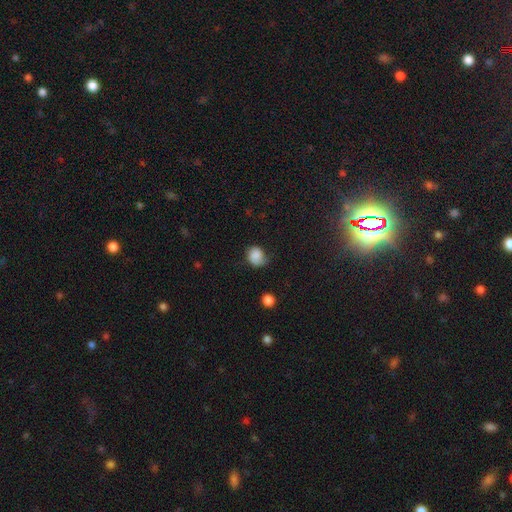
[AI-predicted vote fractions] Smooth or featured? Predicted: smooth (p=0.81). How rounded? Predicted: round (p=0.66). Merging? Predicted: none (p=0.47).